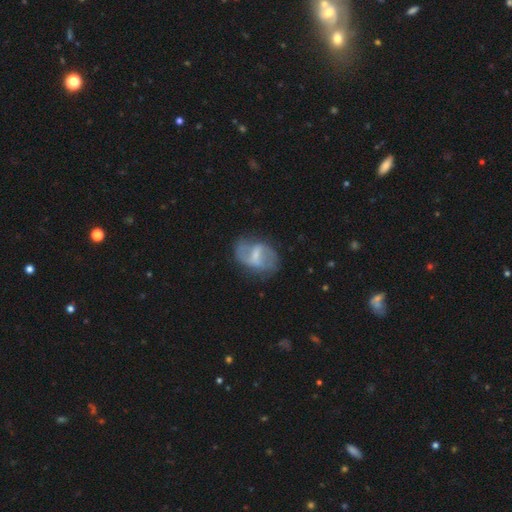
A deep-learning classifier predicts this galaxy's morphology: This is likely a featured or disk galaxy (71%). It is clearly not viewed edge-on (97%). Bar: possibly weak (50%). Spiral arm pattern: likely yes (75%). Spiral arm count: likely 2 (80%). Spiral winding: possibly loose (46%). Central bulge: possibly small (46%). Merging: likely none (63%).